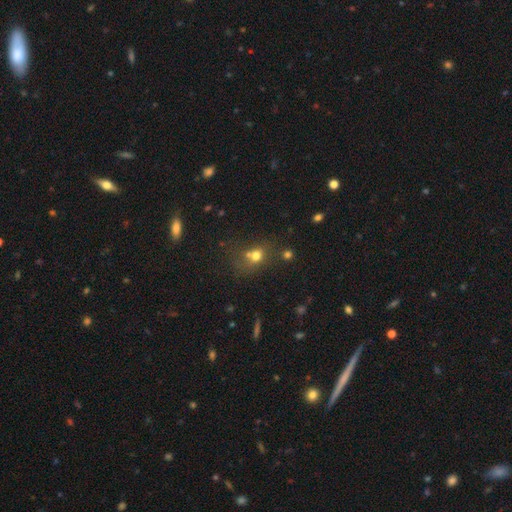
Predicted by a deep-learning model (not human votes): Morphology: type=smooth (68%); roundness=round (63%); merging=none (44%).